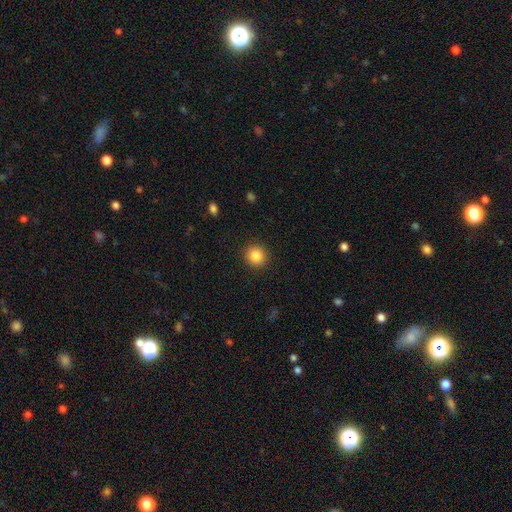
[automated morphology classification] Smooth or featured?
  - smooth: 86% *
  - star or artifact: 10%
  - featured or disk: 4%
How rounded?
  - round: 92% *
  - in between: 7%
  - cigar-shaped: 1%
Merging?
  - none: 91% *
  - minor disturbance: 6%
  - major disturbance: 2%
  - merger: 1%